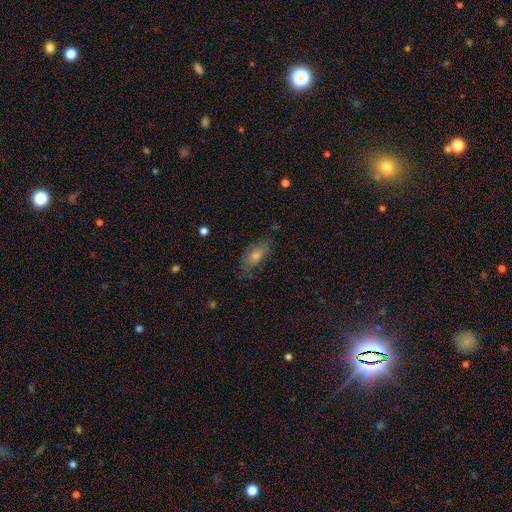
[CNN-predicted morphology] Overall: smooth (57%; featured or disk 30%). How rounded: in between (78%). Merging: none (71%).